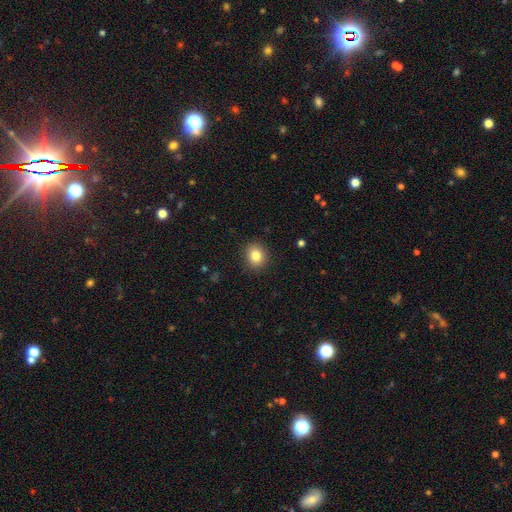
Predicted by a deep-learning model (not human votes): Smooth or featured? Predicted: smooth (p=0.83). How rounded? Predicted: round (p=0.78). Merging? Predicted: none (p=0.90).